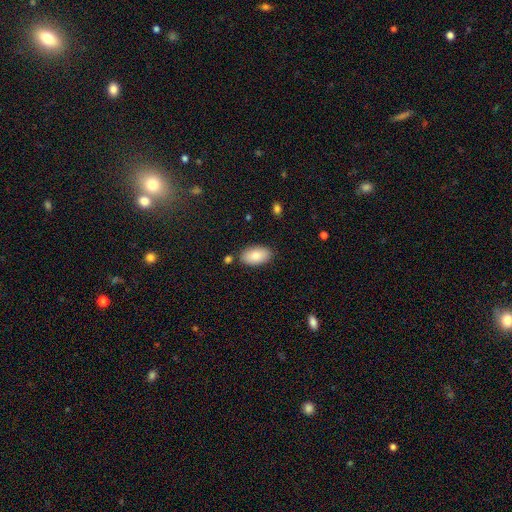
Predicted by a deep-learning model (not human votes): This is clearly a smooth galaxy (84%). How rounded: clearly in between (95%). Merging: clearly none (84%).